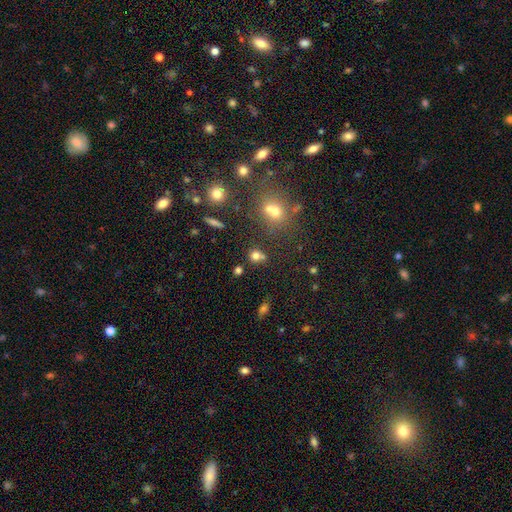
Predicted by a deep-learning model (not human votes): smooth-or-featured: smooth: 71% | star or artifact: 19% | featured or disk: 10%
  how-rounded: round: 75% | in between: 23% | cigar-shaped: 2%
  merging: none: 55% | merger: 29% | minor disturbance: 11% | major disturbance: 4%